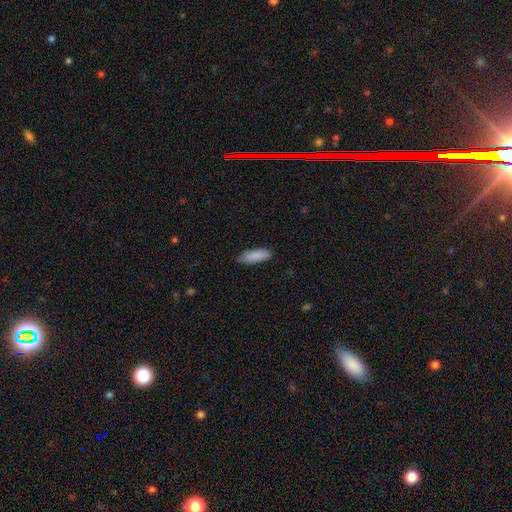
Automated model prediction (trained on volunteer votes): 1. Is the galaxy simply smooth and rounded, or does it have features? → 88% smooth, 6% featured or disk, 6% star or artifact.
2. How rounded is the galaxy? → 60% in between, 39% cigar-shaped, 2% round.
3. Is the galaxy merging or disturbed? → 83% none, 14% minor disturbance, 2% major disturbance, 1% merger.